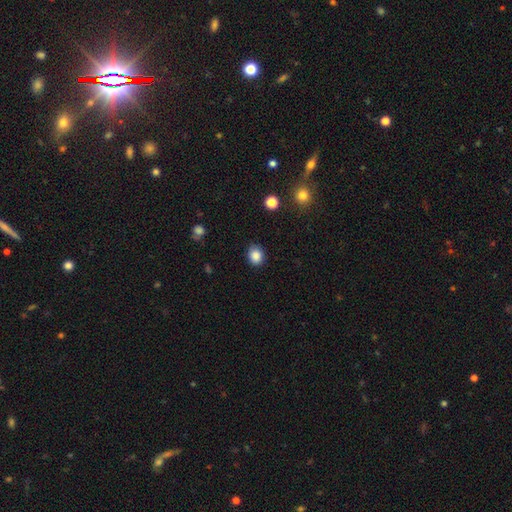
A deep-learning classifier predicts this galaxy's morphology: This appears to be a smooth galaxy with no disk features (86%) that is round (60%). Merging: none (85%).